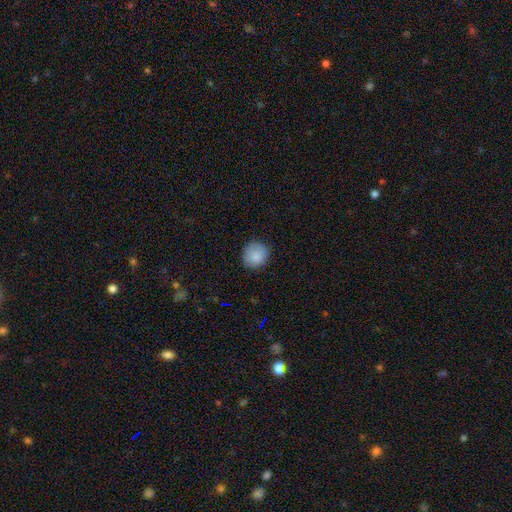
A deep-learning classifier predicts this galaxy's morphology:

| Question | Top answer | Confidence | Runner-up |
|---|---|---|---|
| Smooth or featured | smooth | 87% | star or artifact (8%) |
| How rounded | round | 90% | in between (9%) |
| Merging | none | 86% | minor disturbance (10%) |